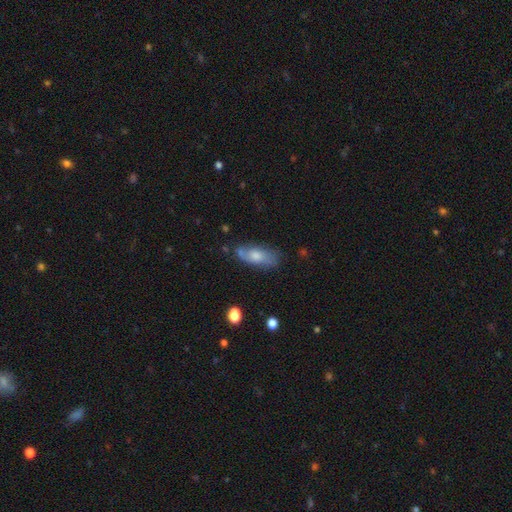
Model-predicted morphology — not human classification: Overall: smooth (59%; featured or disk 34%). How rounded: in between (77%). Merging: none (64%; minor disturbance 24%).